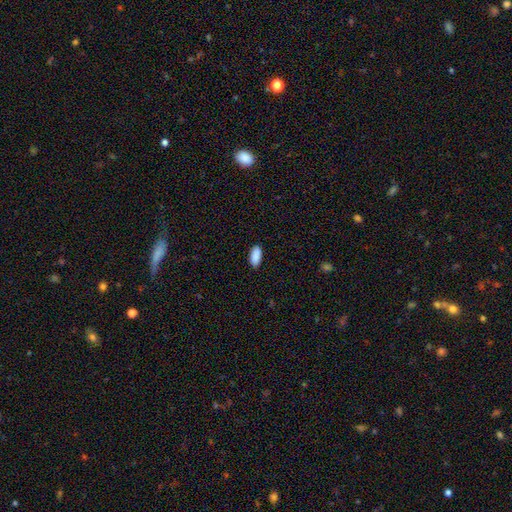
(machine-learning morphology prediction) Smooth or featured: smooth — 91% (star or artifact — 6%)
How rounded: in between — 90% (cigar-shaped — 8%)
Merging: none — 89% (minor disturbance — 8%)